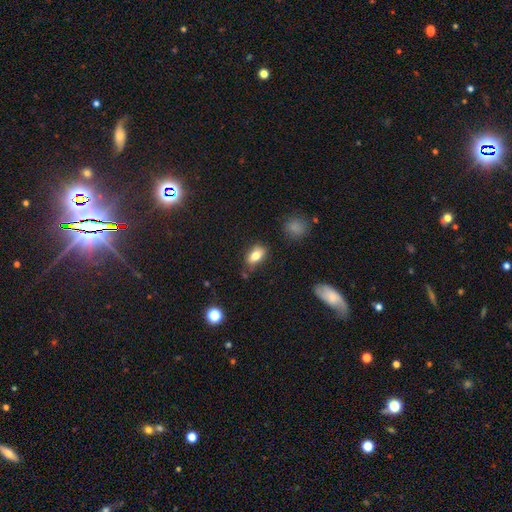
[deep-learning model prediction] smooth_or_featured: smooth (p=0.79) [alt: featured or disk p=0.12]
how_rounded: in between (p=0.87) [alt: round p=0.08]
merging: none (p=0.72) [alt: minor disturbance p=0.19]